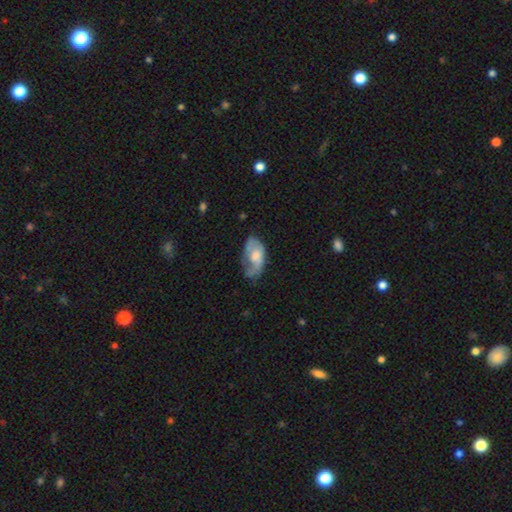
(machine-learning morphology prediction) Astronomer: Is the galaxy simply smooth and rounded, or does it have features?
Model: featured or disk — 51% (runner-up: smooth, 42%).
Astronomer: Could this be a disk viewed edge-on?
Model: no — 94%.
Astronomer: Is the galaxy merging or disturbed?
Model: none — 42% (runner-up: minor disturbance, 32%).